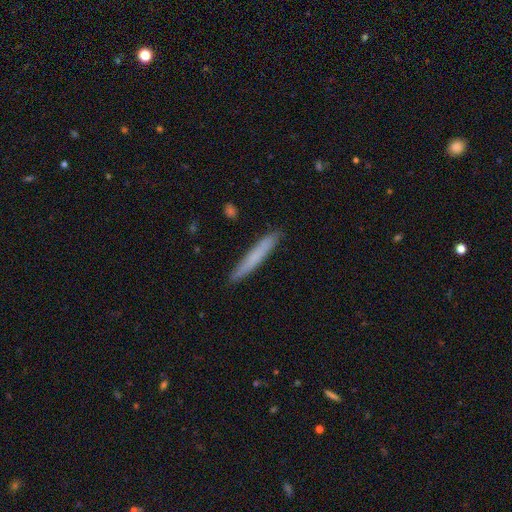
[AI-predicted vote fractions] Overall: smooth (70%). How rounded: cigar-shaped (96%). Merging: none (90%).